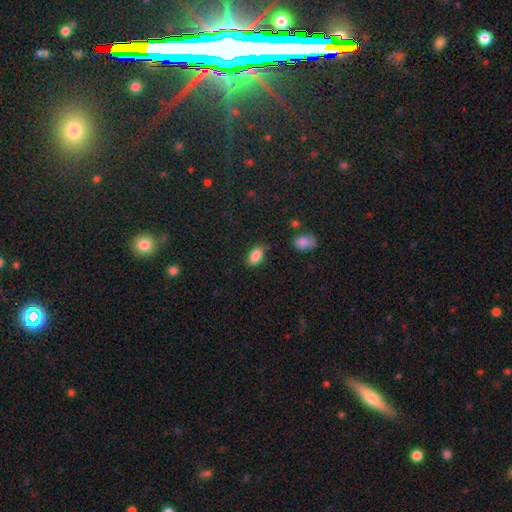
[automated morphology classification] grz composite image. It shows a smooth galaxy with no disk features (86%) that is in between round and cigar-shaped (88%). Merging: none (76%).